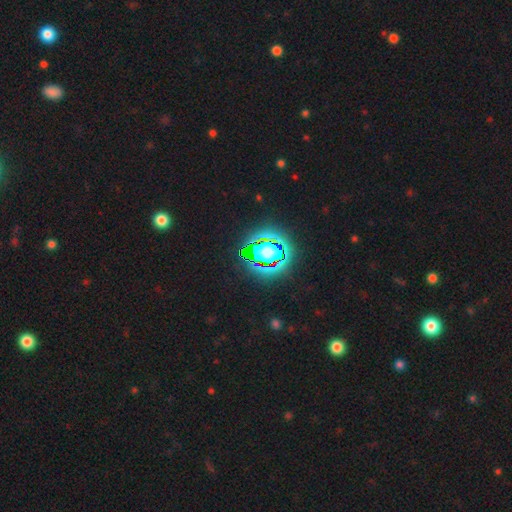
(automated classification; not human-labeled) star or artifact 82%, smooth 12%, featured or disk 7%.